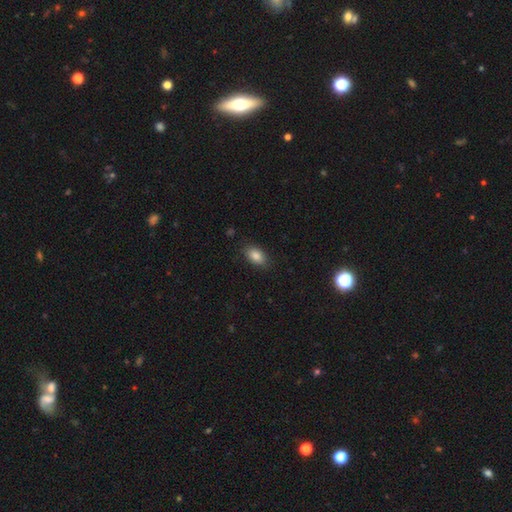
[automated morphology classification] Smooth or featured?
  - smooth: 86% *
  - star or artifact: 8%
  - featured or disk: 6%
How rounded?
  - in between: 90% *
  - round: 8%
  - cigar-shaped: 2%
Merging?
  - none: 85% *
  - minor disturbance: 11%
  - major disturbance: 3%
  - merger: 1%